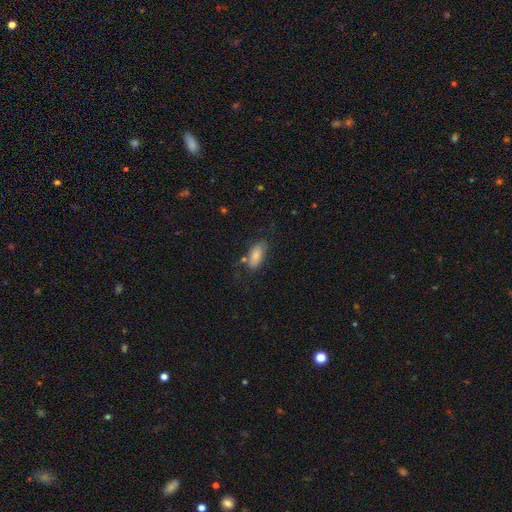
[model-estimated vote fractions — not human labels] smooth 74%, featured or disk 19%, star or artifact 7%. Down the decision tree: how rounded — in between (90%); merging — none (57%).